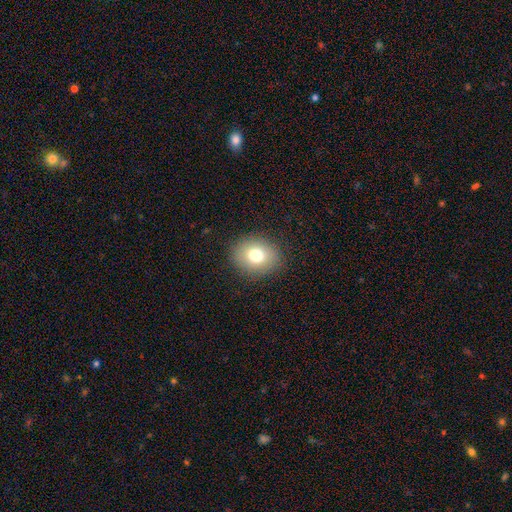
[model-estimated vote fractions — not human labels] smooth 77%, featured or disk 12%, star or artifact 11%. Down the decision tree: how rounded — round (56%); merging — none (88%).